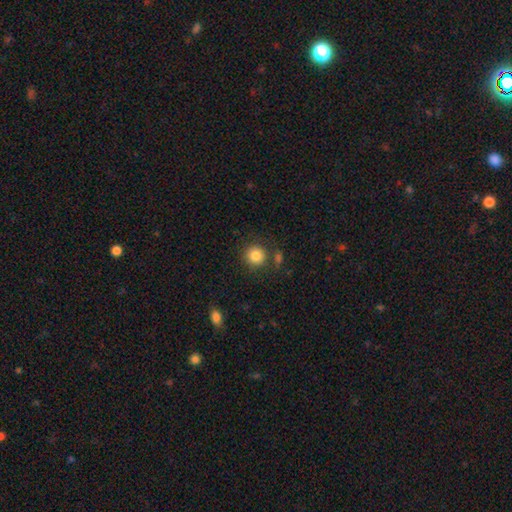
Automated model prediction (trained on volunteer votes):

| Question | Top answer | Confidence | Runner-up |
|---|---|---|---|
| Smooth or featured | smooth | 85% | star or artifact (10%) |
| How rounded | round | 92% | in between (7%) |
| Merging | none | 79% | minor disturbance (9%) |